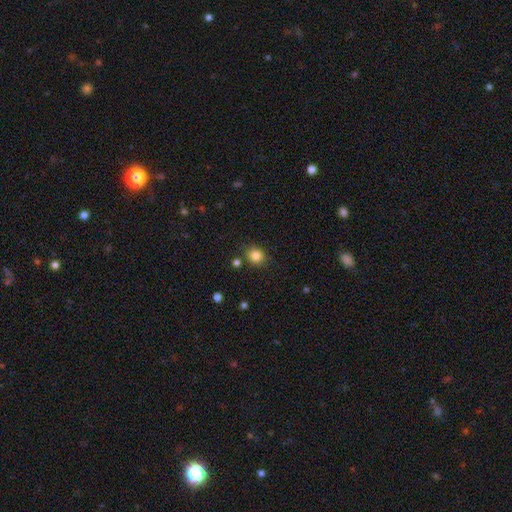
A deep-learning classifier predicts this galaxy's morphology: This appears to be a smooth galaxy with no disk features (83%) that is round (78%). Merging: none (82%).